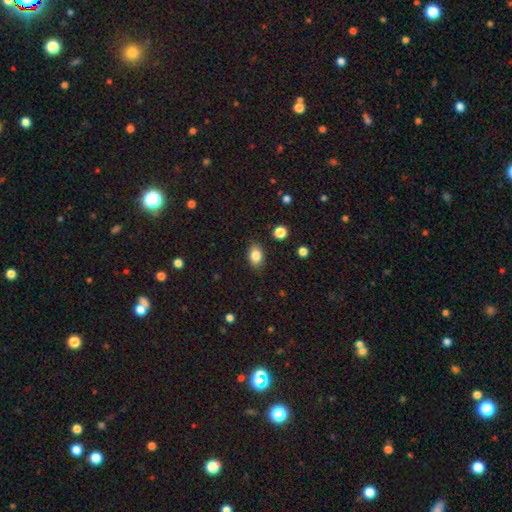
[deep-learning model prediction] Overall: smooth (84%). How rounded: in between (79%). Merging: none (84%).